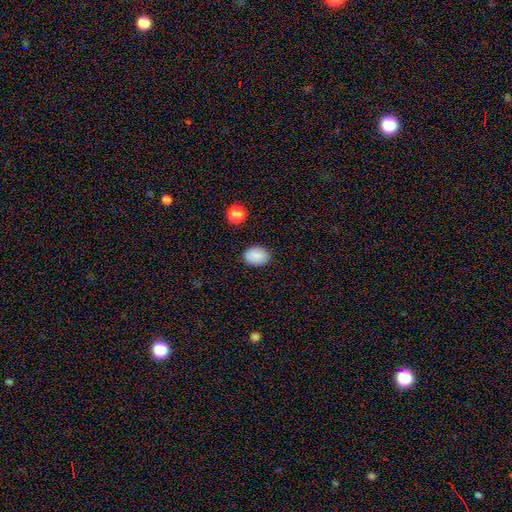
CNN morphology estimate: type=smooth (87%); roundness=in between (75%); merging=none (87%).